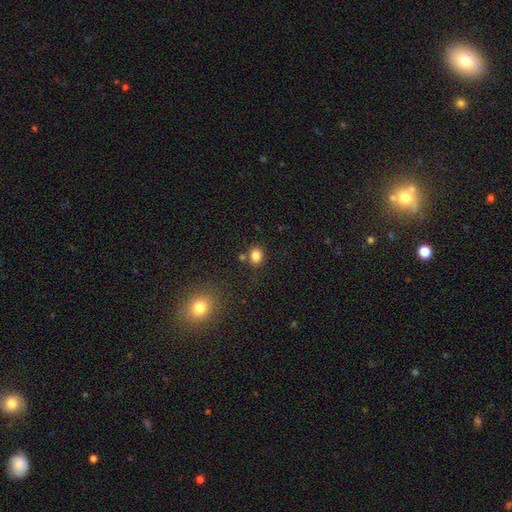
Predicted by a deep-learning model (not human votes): smooth_or_featured: smooth (p=0.82) [alt: star or artifact p=0.12]
how_rounded: round (p=0.61) [alt: in between p=0.38]
merging: none (p=0.75) [alt: minor disturbance p=0.11]